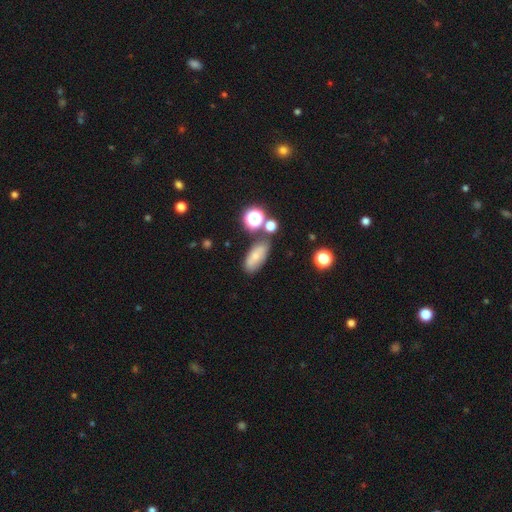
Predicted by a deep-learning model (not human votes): smooth 66%, featured or disk 21%, star or artifact 13%. Down the decision tree: how rounded — in between (81%); merging — none (66%).